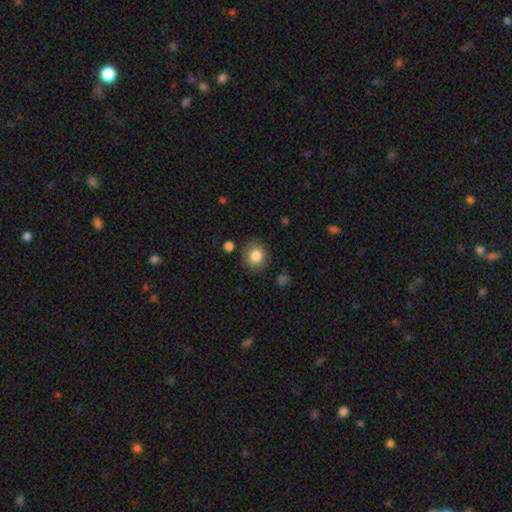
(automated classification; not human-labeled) The model was most divided on "how rounded": round: 77%, in between: 22%, cigar-shaped: 1%. More confident: merging — none (85%); smooth or featured — smooth (84%).